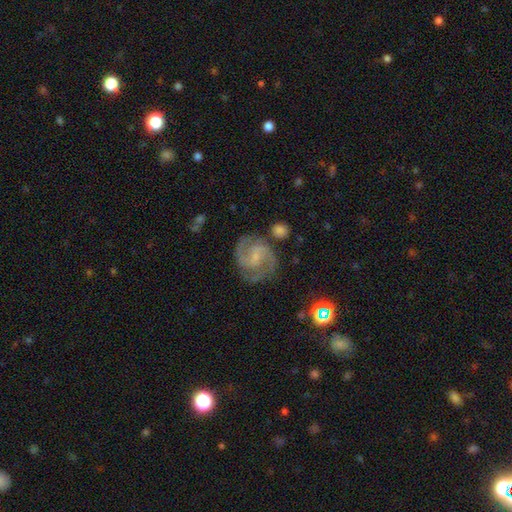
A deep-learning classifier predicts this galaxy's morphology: featured or disk 86%, smooth 8%, star or artifact 6%. Down the decision tree: edge-on disk — no (98%); bar — weak (51%); spiral arms — yes (97%); spiral arm count — 2 (80%); spiral winding — medium (58%); bulge size — small (67%); merging — none (74%).